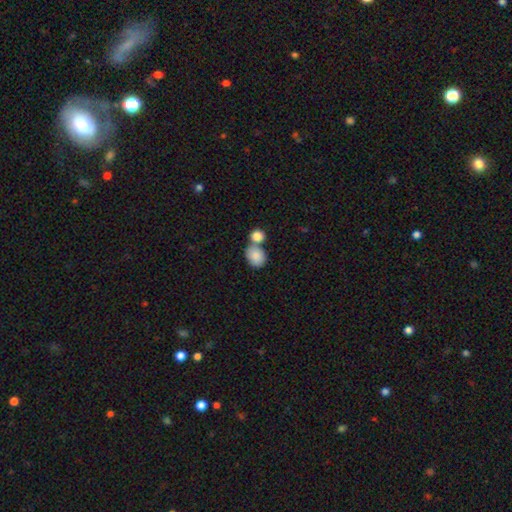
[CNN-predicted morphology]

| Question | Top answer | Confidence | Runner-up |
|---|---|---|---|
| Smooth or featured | smooth | 86% | star or artifact (7%) |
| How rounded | round | 51% | in between (48%) |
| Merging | merger | 46% | none (41%) |